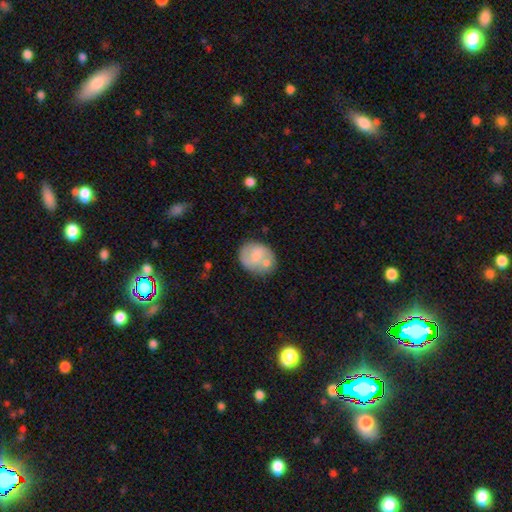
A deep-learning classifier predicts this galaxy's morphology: Overall: featured or disk (48%; smooth 45%). Merging: none (53%; merger 23%).